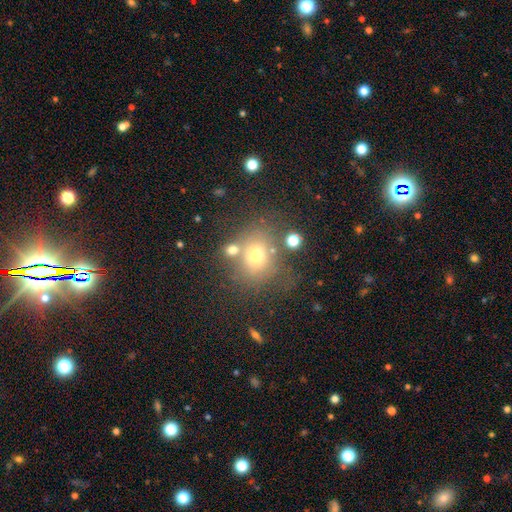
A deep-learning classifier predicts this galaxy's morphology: Smooth or featured? smooth (66%)
How rounded? round (70%)
Merging? none (63%)